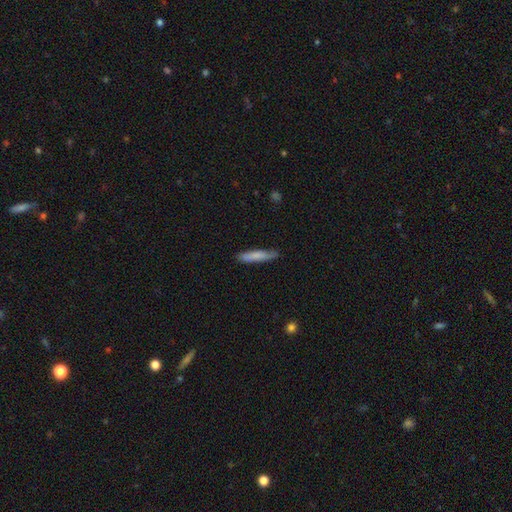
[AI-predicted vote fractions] This is likely a smooth galaxy (78%). How rounded: clearly cigar-shaped (88%). Merging: clearly none (81%).